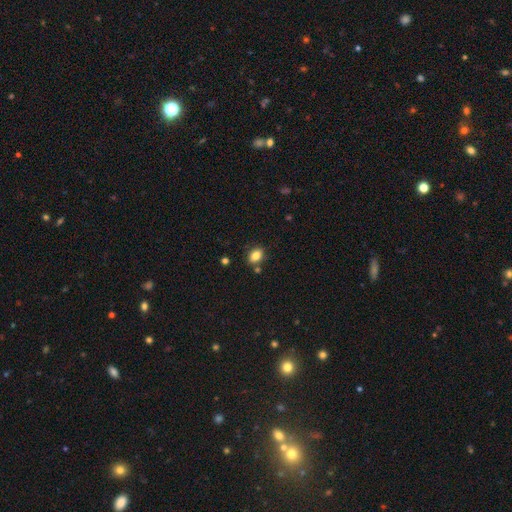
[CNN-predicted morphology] A smooth galaxy with no disk features (84%) that is in between round and cigar-shaped (72%). Merging: none (77%).